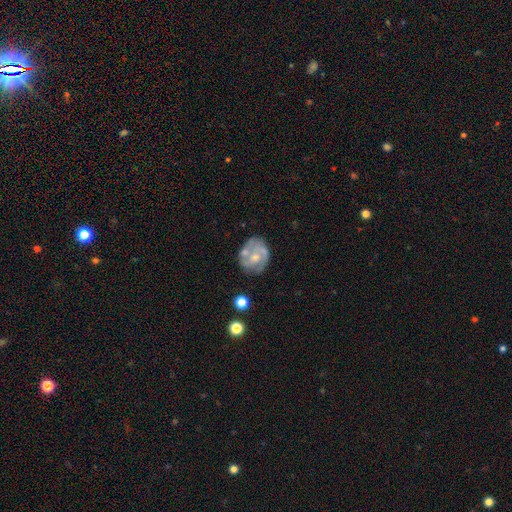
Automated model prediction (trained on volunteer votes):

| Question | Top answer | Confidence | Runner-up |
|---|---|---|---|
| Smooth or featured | featured or disk | 66% | smooth (27%) |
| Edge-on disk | no | 98% | yes (2%) |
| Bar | no | 76% | weak (21%) |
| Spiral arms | yes | 59% | no (41%) |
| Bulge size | moderate | 50% | small (34%) |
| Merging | none | 56% | minor disturbance (22%) |